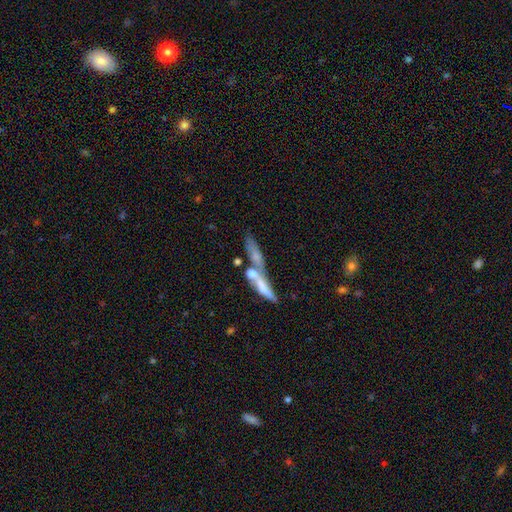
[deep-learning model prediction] Smooth or featured? smooth (53%)
How rounded? cigar-shaped (68%)
Merging? merger (60%)